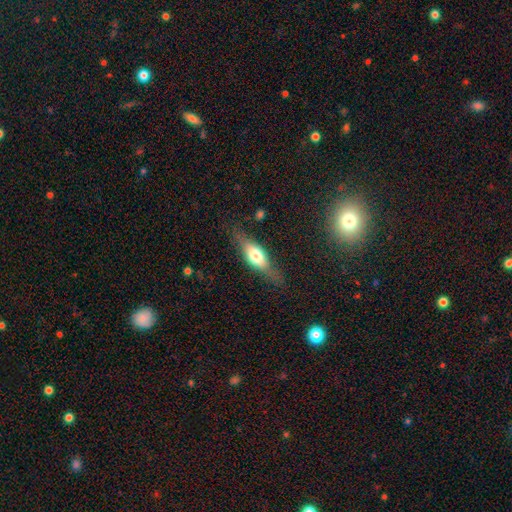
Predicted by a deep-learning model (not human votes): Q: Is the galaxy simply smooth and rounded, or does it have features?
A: smooth — 49%.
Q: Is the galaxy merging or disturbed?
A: none — 75%.